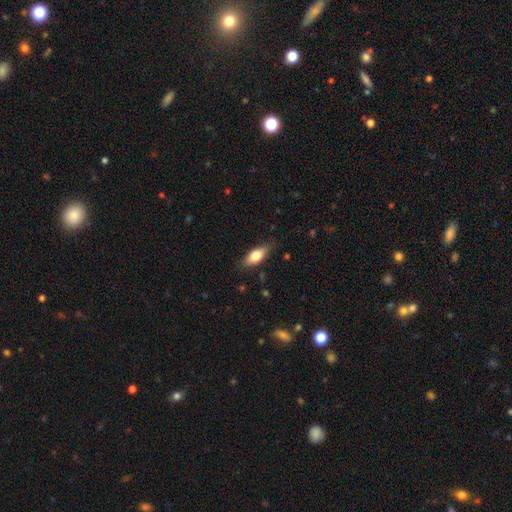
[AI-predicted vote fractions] Overall: smooth (70%). How rounded: in between (78%). Merging: none (79%).